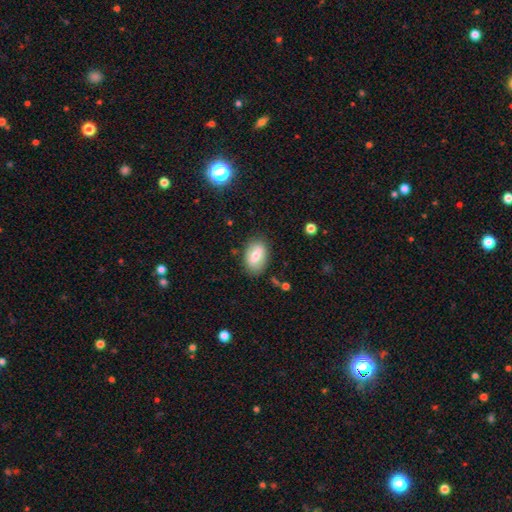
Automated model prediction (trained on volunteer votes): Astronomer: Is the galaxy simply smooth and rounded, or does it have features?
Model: smooth — 66%.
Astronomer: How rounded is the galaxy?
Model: in between — 89%.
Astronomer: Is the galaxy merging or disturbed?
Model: none — 81%.